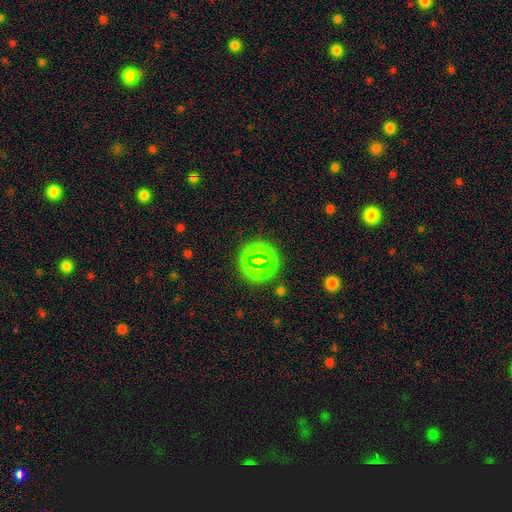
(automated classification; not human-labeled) A star or artifact, not a galaxy (58%).